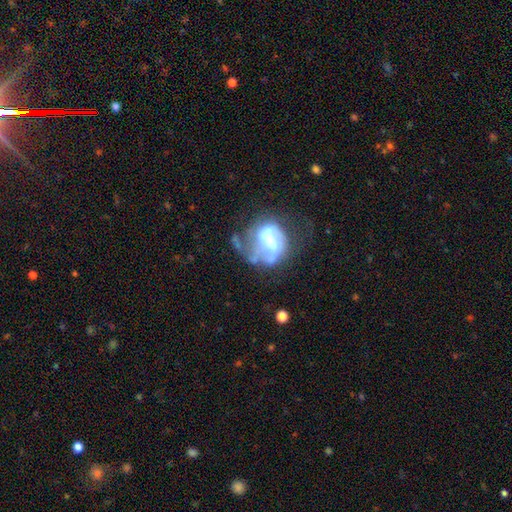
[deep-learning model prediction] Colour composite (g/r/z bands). It shows a featured or disk galaxy (71%) with a strong bar (39%), spiral arms (70%) and a moderate central bulge (40%). Merging: none (40%).